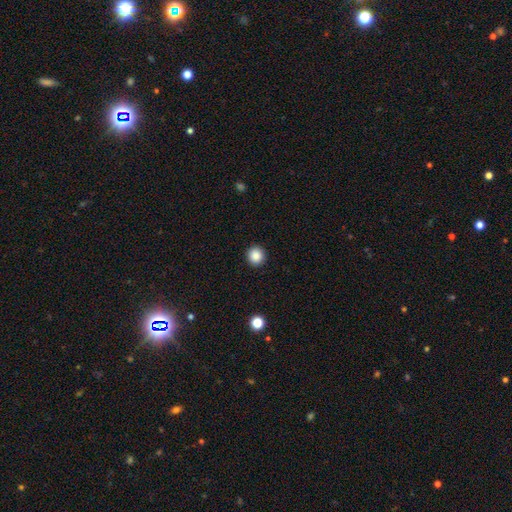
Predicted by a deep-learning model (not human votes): A smooth galaxy with no disk features (87%) that is round (93%).

Vote fractions:
- Smooth or featured? smooth: 87% / star or artifact: 10% / featured or disk: 3%
- How rounded? round: 93% / in between: 6% / cigar-shaped: 1%
- Merging? none: 93% / minor disturbance: 5% / major disturbance: 2% / merger: 1%